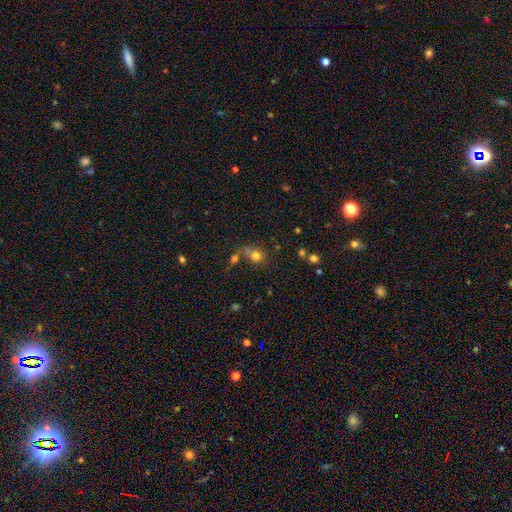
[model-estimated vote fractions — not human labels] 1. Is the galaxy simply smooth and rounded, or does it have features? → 75% smooth, 15% star or artifact, 10% featured or disk.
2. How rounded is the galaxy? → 73% round, 25% in between, 1% cigar-shaped.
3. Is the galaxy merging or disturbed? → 44% none, 37% merger, 11% minor disturbance, 8% major disturbance.